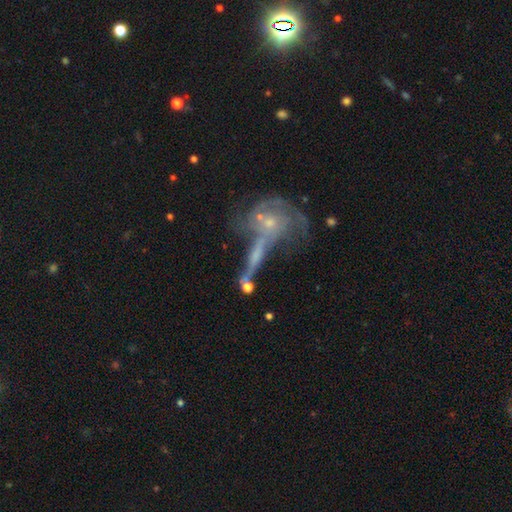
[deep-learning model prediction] This is likely a featured or disk galaxy (67%). It is possibly not viewed edge-on (56%). Merging: possibly merger (45%).